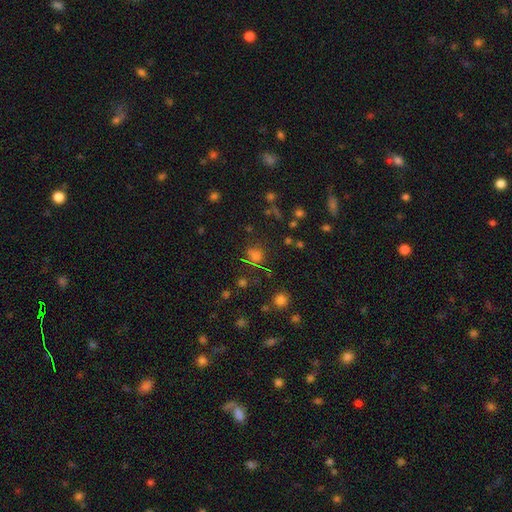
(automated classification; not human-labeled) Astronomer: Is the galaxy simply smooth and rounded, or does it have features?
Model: smooth — 55% (runner-up: star or artifact, 37%).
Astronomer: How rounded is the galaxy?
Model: round — 82%.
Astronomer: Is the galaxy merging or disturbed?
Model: none — 74%.